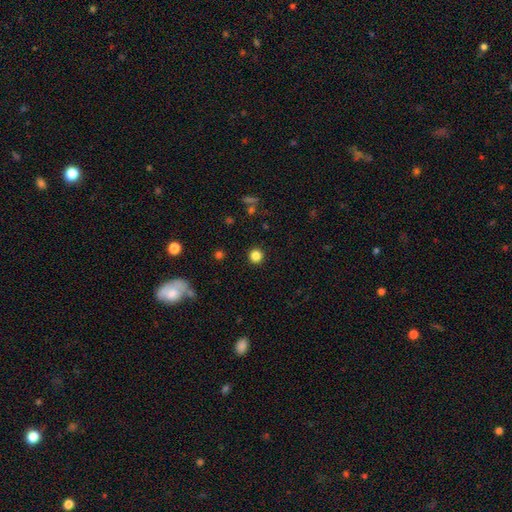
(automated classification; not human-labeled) This is clearly a smooth galaxy (84%). How rounded: clearly round (95%). Merging: clearly none (92%).